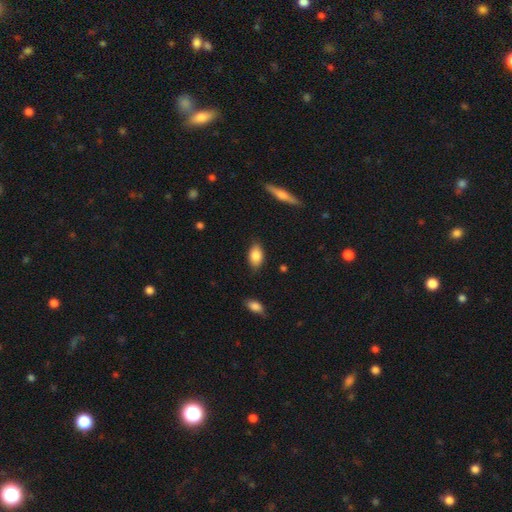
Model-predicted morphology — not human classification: smooth-or-featured: smooth: 84% | featured or disk: 9% | star or artifact: 7%
  how-rounded: in between: 90% | round: 6% | cigar-shaped: 4%
  merging: none: 82% | minor disturbance: 14% | major disturbance: 3% | merger: 2%